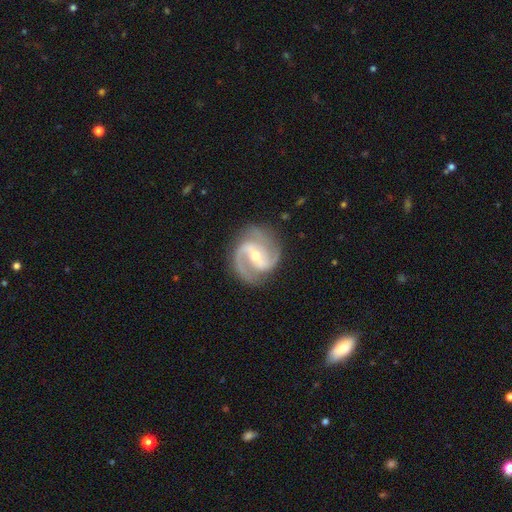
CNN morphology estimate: Smooth or featured?
  - featured or disk: 92% *
  - star or artifact: 4%
  - smooth: 4%
Edge-on disk?
  - no: 98% *
  - yes: 2%
Bar?
  - weak: 43% *
  - strong: 39%
  - no: 18%
Spiral arms?
  - yes: 98% *
  - no: 2%
Spiral winding?
  - medium: 60% *
  - tight: 26%
  - loose: 14%
Spiral arm count?
  - 2: 77% *
  - 3: 14%
  - can't tell: 3%
  - 1: 2%
  - 4: 2%
  - more than 4: 2%
Bulge size?
  - moderate: 53% *
  - small: 43%
  - large: 2%
  - none: 1%
  - dominant: 1%
Merging?
  - none: 80% *
  - minor disturbance: 14%
  - major disturbance: 5%
  - merger: 1%